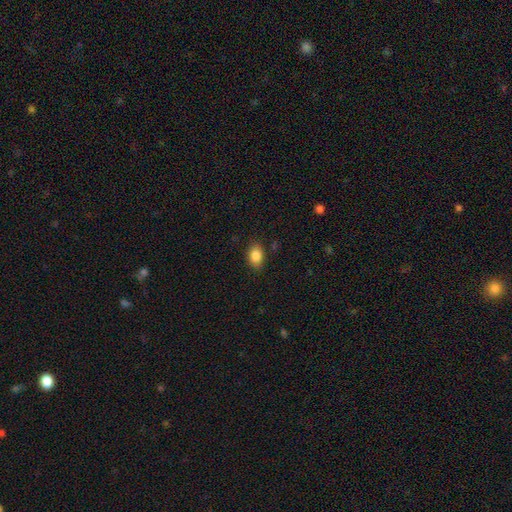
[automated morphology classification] smooth-or-featured: smooth: 85% | star or artifact: 9% | featured or disk: 6%
  how-rounded: in between: 84% | round: 15% | cigar-shaped: 1%
  merging: none: 86% | minor disturbance: 11% | major disturbance: 3% | merger: 1%